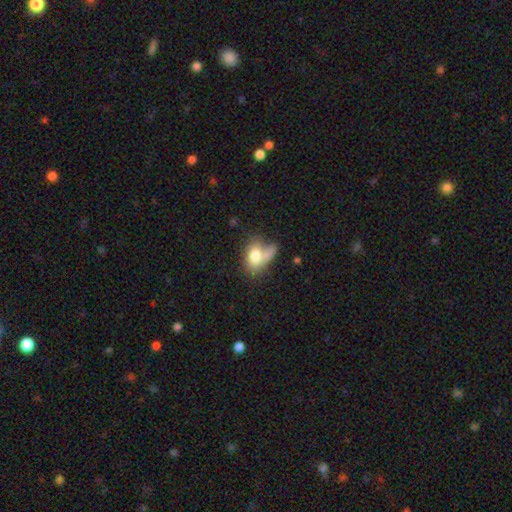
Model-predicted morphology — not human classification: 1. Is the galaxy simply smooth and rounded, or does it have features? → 73% smooth, 19% featured or disk, 8% star or artifact.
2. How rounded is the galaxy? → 81% in between, 15% round, 3% cigar-shaped.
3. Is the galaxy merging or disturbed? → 37% merger, 28% none, 18% major disturbance, 17% minor disturbance.